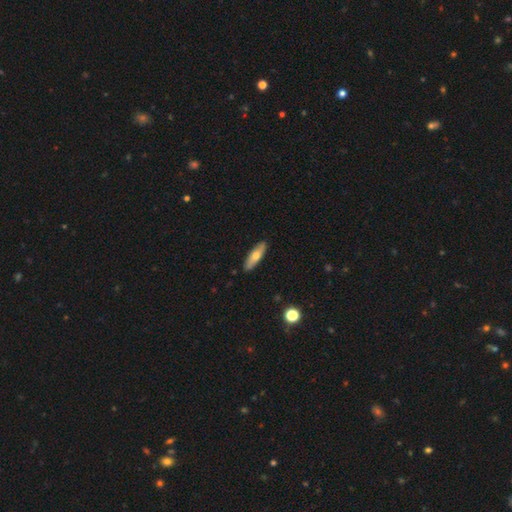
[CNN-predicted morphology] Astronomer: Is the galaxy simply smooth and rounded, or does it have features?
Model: smooth — 61%.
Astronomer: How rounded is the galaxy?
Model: cigar-shaped — 61% (runner-up: in between, 37%).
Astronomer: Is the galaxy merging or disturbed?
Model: none — 89%.